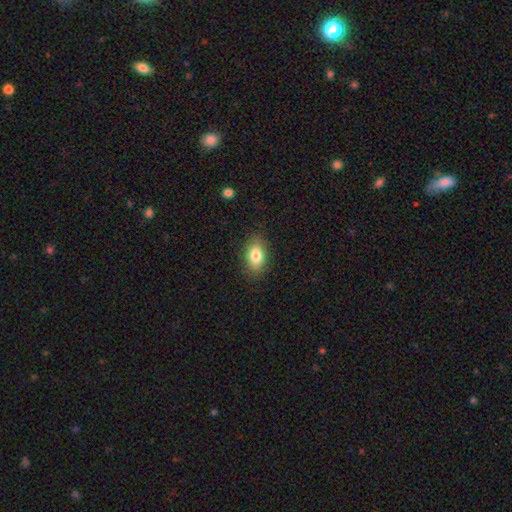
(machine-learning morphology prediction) smooth-or-featured: smooth: 81% | featured or disk: 11% | star or artifact: 8%
  how-rounded: in between: 88% | round: 9% | cigar-shaped: 3%
  merging: none: 87% | minor disturbance: 10% | major disturbance: 3% | merger: 1%